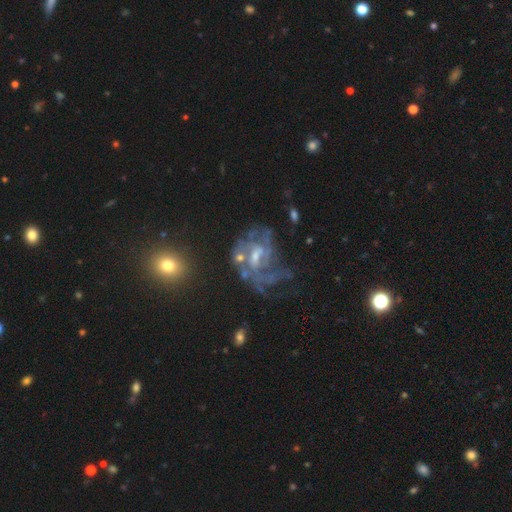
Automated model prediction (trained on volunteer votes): Q: Smooth or featured?
A: featured or disk (76%); runner-up: star or artifact (13%)
Q: Edge-on disk?
A: no (97%); runner-up: yes (3%)
Q: Bar?
A: weak (48%); runner-up: no (35%)
Q: Spiral arms?
A: yes (76%); runner-up: no (24%)
Q: Spiral winding?
A: medium (41%); runner-up: tight (37%)
Q: Spiral arm count?
A: can't tell (45%); runner-up: 2 (20%)
Q: Bulge size?
A: small (46%); runner-up: moderate (34%)
Q: Merging?
A: none (36%); runner-up: major disturbance (35%)